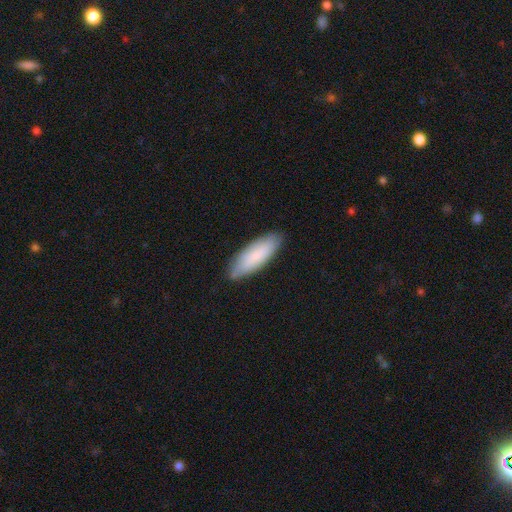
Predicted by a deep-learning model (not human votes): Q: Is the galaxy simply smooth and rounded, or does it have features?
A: smooth — 81%.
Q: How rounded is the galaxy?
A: in between — 58%.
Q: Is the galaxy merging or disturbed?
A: none — 82%.